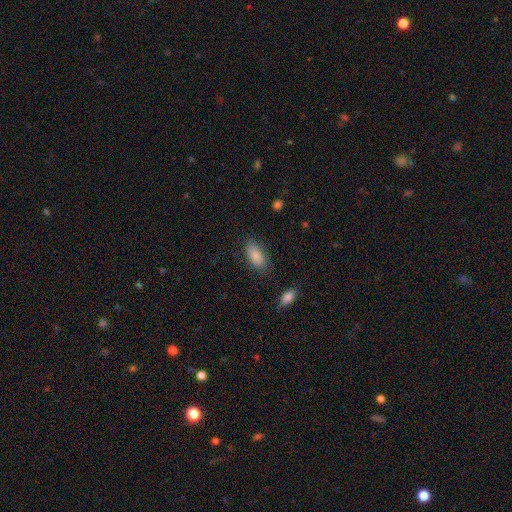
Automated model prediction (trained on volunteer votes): smooth_or_featured: smooth (p=0.87) [alt: star or artifact p=0.07]
how_rounded: in between (p=0.90) [alt: cigar-shaped p=0.07]
merging: none (p=0.78) [alt: minor disturbance p=0.15]